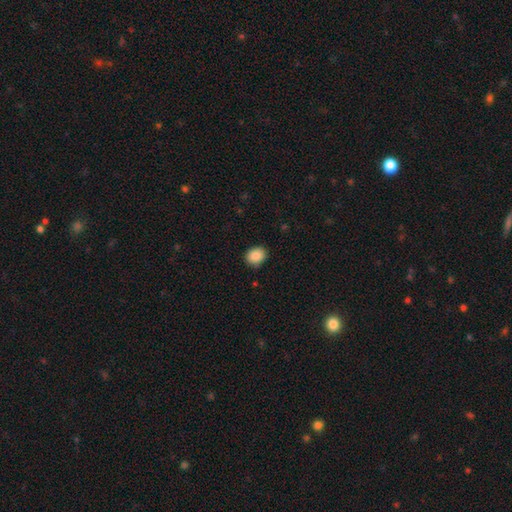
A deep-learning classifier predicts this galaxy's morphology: smooth-or-featured: smooth: 89% | star or artifact: 8% | featured or disk: 3%
  how-rounded: in between: 50% | round: 49% | cigar-shaped: 1%
  merging: none: 87% | minor disturbance: 10% | major disturbance: 2% | merger: 1%